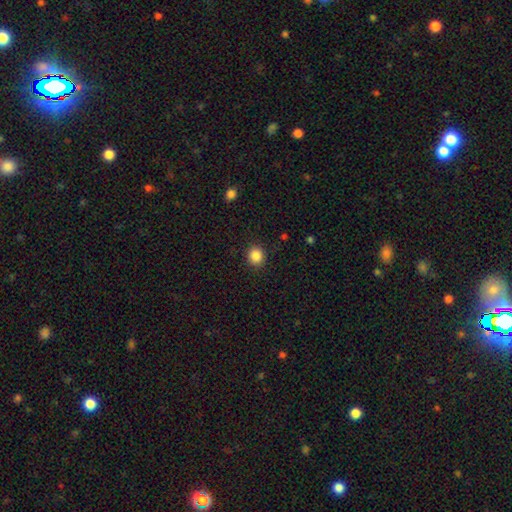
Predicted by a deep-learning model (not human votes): Smooth or featured? smooth (87%)
How rounded? round (83%)
Merging? none (90%)